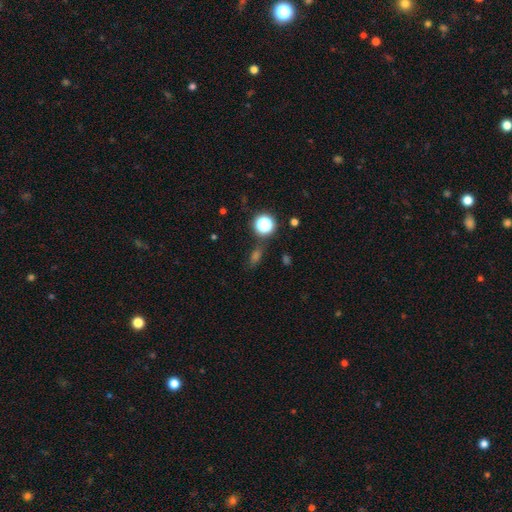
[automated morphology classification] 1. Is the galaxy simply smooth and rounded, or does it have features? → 46% star or artifact, 43% smooth, 10% featured or disk.